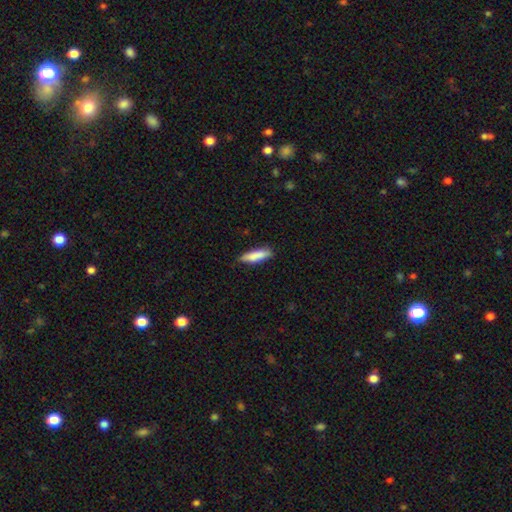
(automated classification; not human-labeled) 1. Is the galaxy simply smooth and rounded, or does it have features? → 84% smooth, 10% featured or disk, 6% star or artifact.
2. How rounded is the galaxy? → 65% cigar-shaped, 33% in between, 2% round.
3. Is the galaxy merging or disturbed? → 78% none, 18% minor disturbance, 3% major disturbance, 1% merger.